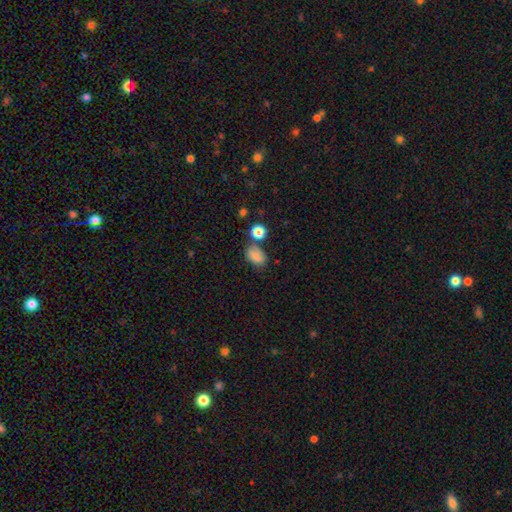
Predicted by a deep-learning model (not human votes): Overall: smooth (82%). How rounded: in between (78%). Merging: none (63%).